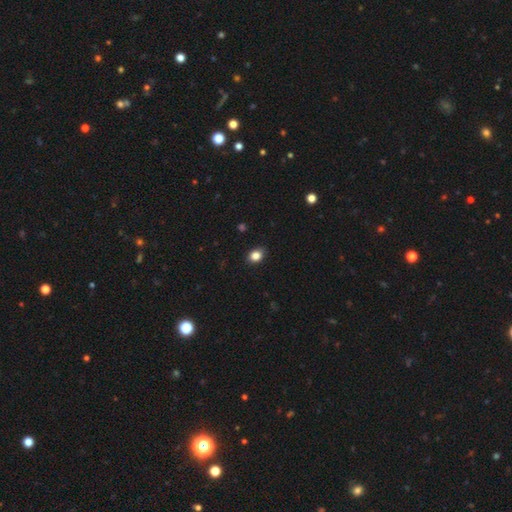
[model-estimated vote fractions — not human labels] This is clearly a smooth galaxy (84%). How rounded: possibly in between (54%). Merging: clearly none (87%).